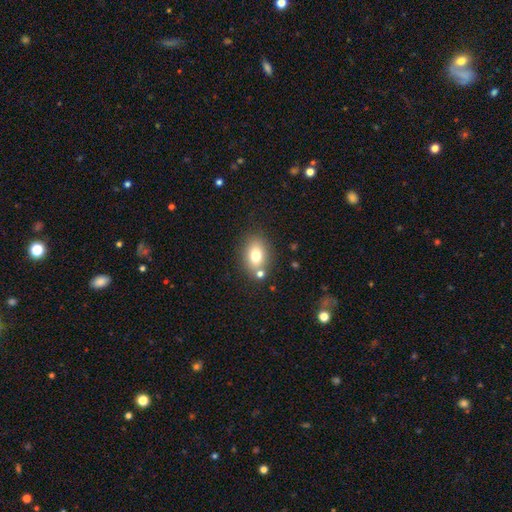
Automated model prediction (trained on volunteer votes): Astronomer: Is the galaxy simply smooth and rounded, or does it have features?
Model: smooth — 76%.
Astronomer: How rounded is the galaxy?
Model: in between — 73%.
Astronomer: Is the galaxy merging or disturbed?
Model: none — 73%.